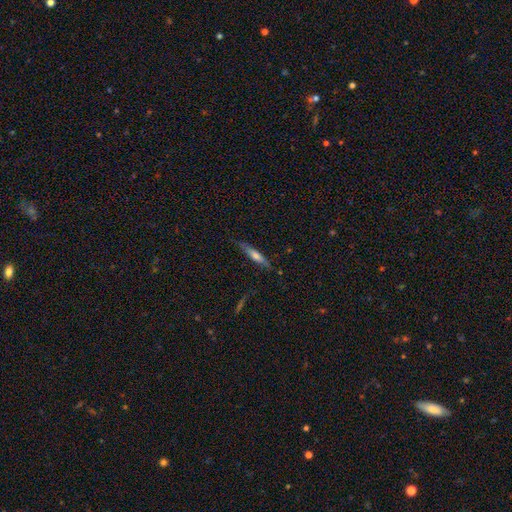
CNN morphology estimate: Smooth or featured? Predicted: featured or disk (p=0.47, tied with smooth). Merging? Predicted: none (p=0.79).